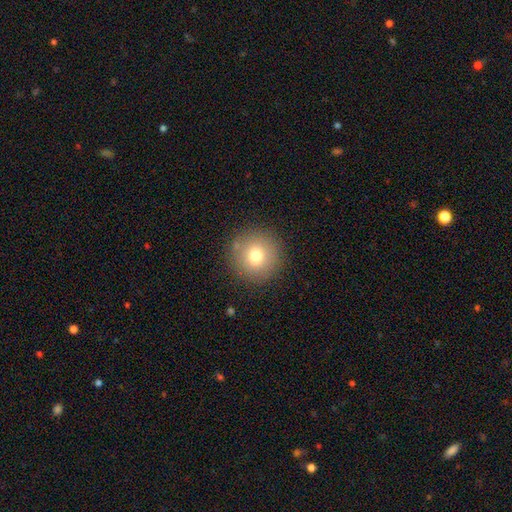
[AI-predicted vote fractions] Morphology: type=smooth (74%); roundness=round (96%); merging=none (88%).